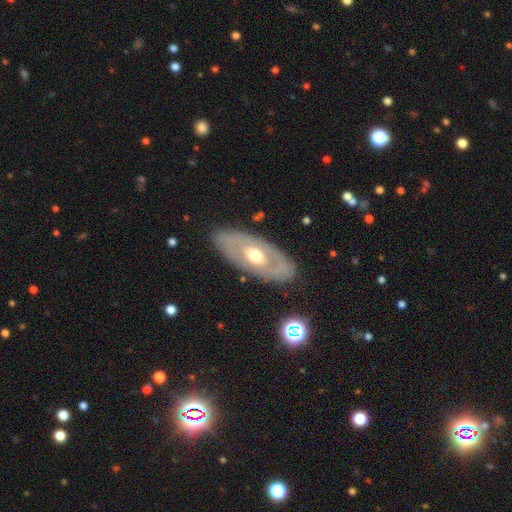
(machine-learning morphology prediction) This appears to be a featured or disk galaxy (66%) with no bar (83%), no spiral arms (77%) and a moderate central bulge (74%). Merging: none (84%).